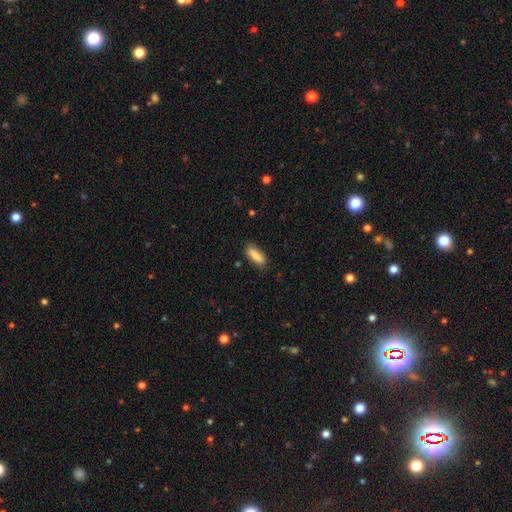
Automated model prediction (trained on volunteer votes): Morphology: type=smooth (82%); roundness=in between (64%); merging=none (82%).